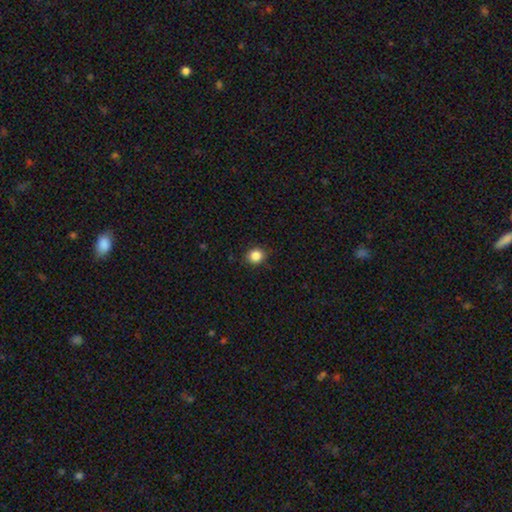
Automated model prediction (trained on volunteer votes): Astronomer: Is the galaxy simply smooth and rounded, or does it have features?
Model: smooth — 86%.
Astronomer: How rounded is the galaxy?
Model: round — 81%.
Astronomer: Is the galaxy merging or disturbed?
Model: none — 87%.